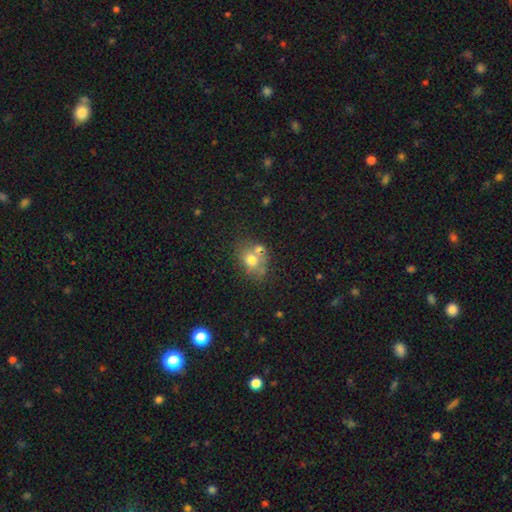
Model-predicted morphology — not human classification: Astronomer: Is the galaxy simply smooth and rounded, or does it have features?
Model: smooth — 66%.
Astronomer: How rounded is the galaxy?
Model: in between — 51% (runner-up: round, 48%).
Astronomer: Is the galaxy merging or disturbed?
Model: none — 48% (runner-up: merger, 29%).